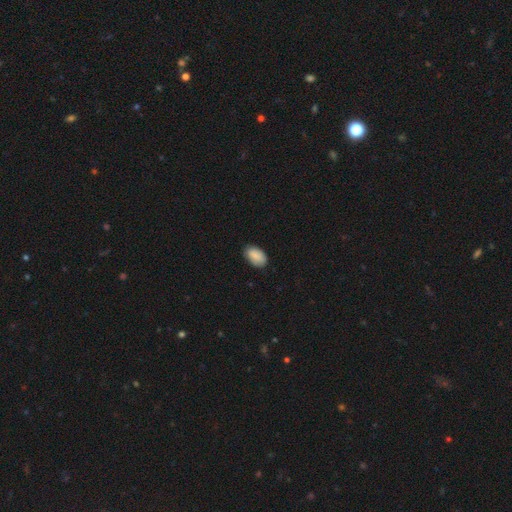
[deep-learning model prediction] Smooth or featured? Predicted: smooth (p=0.88). How rounded? Predicted: in between (p=0.93). Merging? Predicted: none (p=0.80).